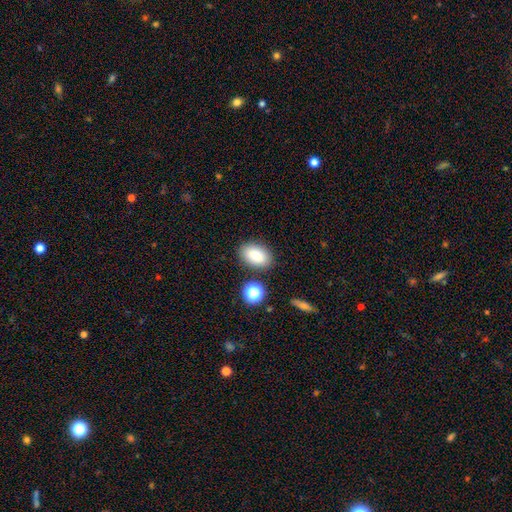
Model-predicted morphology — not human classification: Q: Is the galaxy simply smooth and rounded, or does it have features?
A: smooth — 85%.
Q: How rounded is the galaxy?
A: in between — 89%.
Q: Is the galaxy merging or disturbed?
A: none — 83%.